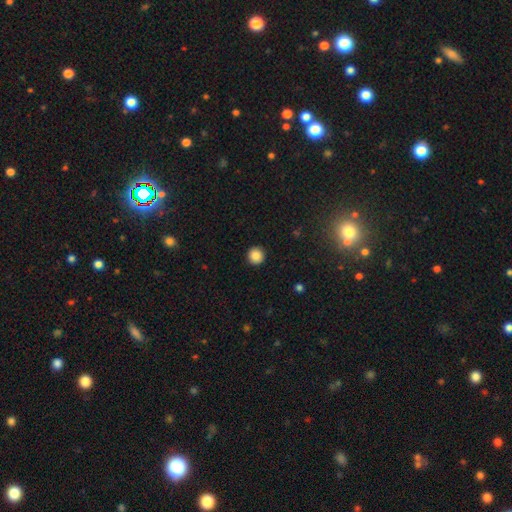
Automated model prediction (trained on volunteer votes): A smooth galaxy with no disk features (87%) that is round (95%). Merging: none (93%).